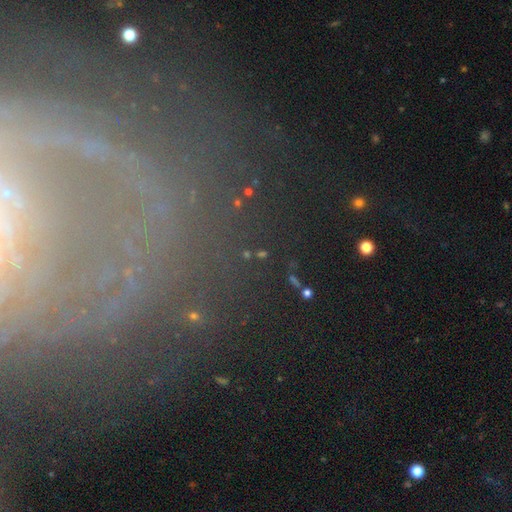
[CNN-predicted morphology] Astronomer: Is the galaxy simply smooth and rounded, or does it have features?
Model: featured or disk — 57%.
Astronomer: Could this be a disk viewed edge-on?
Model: no — 85%.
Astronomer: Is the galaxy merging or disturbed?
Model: none — 70%.